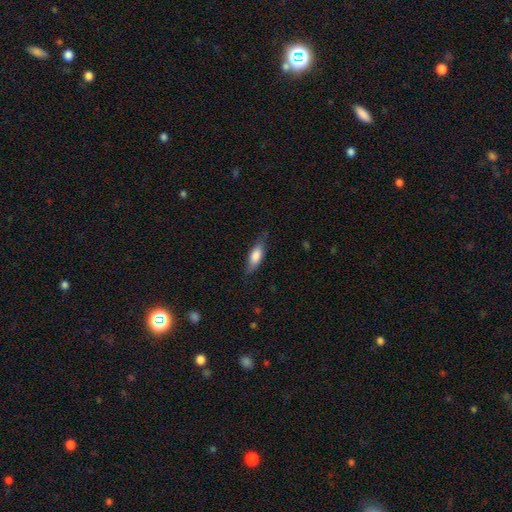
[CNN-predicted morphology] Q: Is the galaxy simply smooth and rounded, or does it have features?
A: smooth — 75%.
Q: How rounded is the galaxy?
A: in between — 60%.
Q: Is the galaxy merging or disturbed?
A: none — 75%.